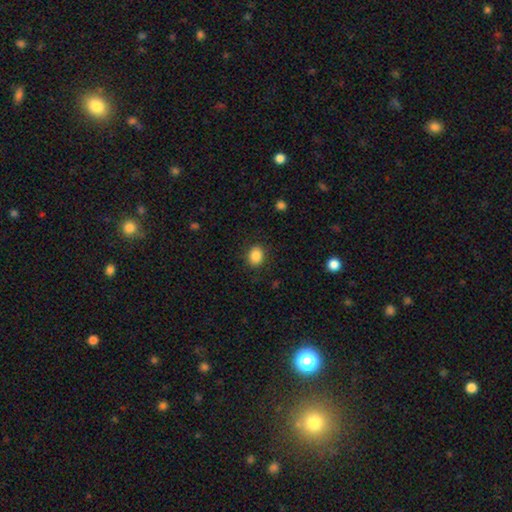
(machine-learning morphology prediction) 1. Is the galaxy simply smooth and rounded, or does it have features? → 87% smooth, 9% star or artifact, 4% featured or disk.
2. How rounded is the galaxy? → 50% in between, 49% round, 1% cigar-shaped.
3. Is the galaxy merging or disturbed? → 86% none, 10% minor disturbance, 3% major disturbance, 1% merger.